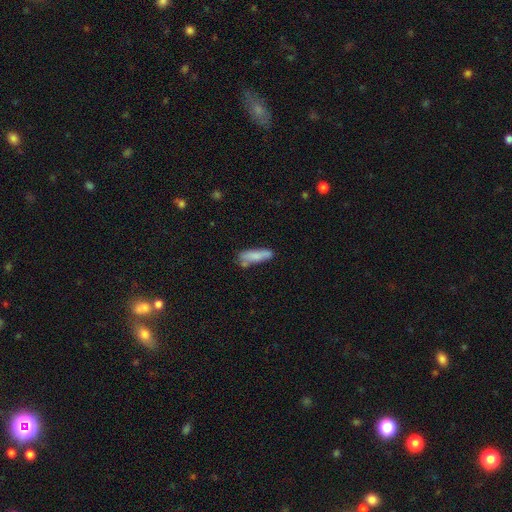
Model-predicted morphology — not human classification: smooth_or_featured: smooth (p=0.77) [alt: featured or disk p=0.16]
how_rounded: cigar-shaped (p=0.66) [alt: in between p=0.32]
merging: none (p=0.59) [alt: minor disturbance p=0.24]